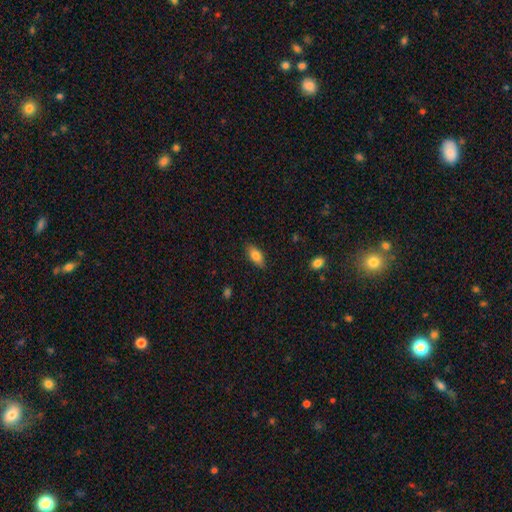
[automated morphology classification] The model was most divided on "smooth or featured": smooth: 82%, featured or disk: 11%, star or artifact: 8%. More confident: how rounded — in between (87%); merging — none (85%).